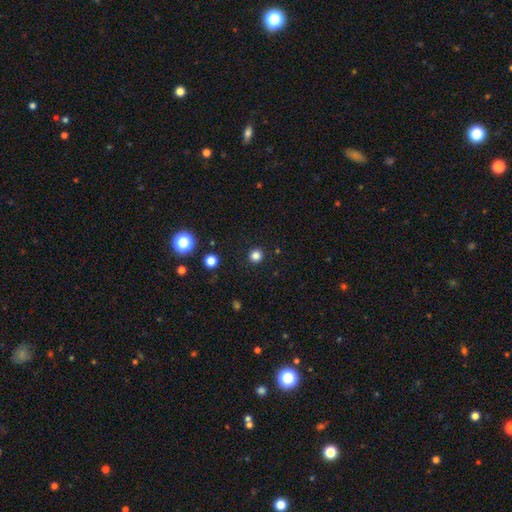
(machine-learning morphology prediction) Smooth or featured? Predicted: smooth (p=0.83). How rounded? Predicted: round (p=0.94). Merging? Predicted: none (p=0.92).